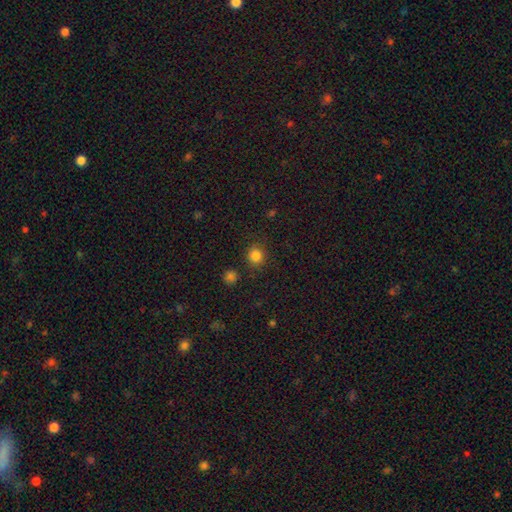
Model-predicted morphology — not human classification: Smooth or featured? Predicted: smooth (p=0.83). How rounded? Predicted: round (p=0.85). Merging? Predicted: none (p=0.84).